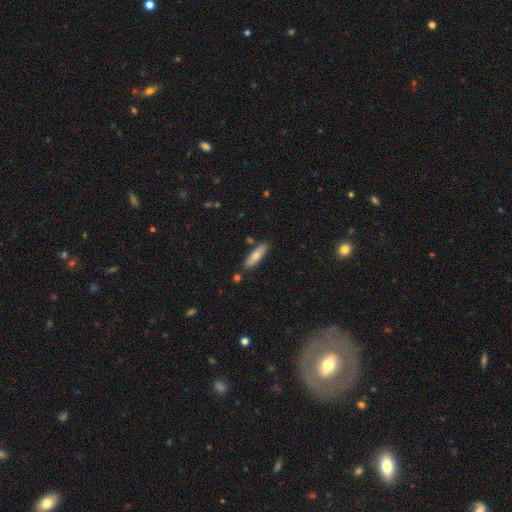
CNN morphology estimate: A smooth galaxy with no disk features (75%) that is cigar-shaped (63%). Merging: none (82%).